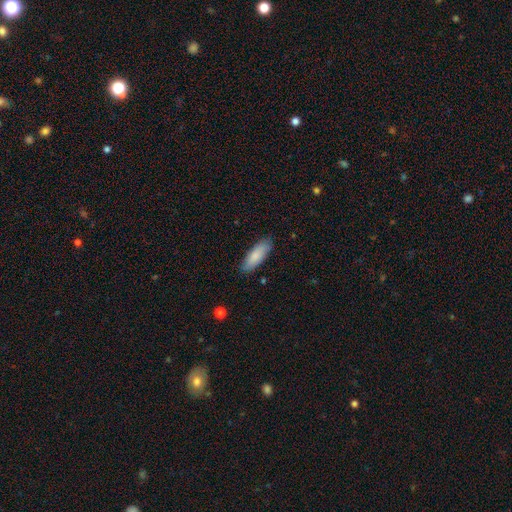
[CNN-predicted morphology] Smooth or featured? smooth (85%)
How rounded? in between (62%)
Merging? none (85%)